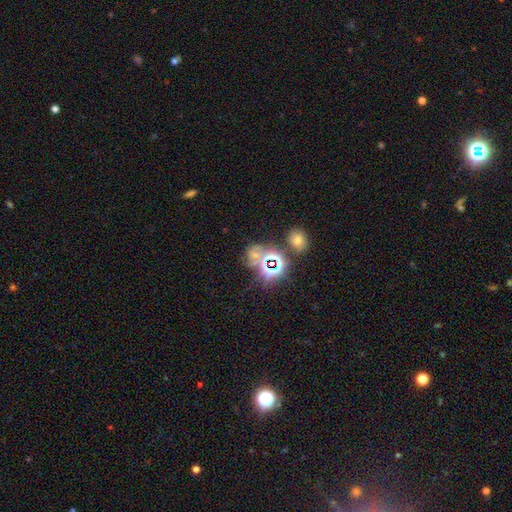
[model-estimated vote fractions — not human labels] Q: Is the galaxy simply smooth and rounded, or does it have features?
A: star or artifact — 56%.